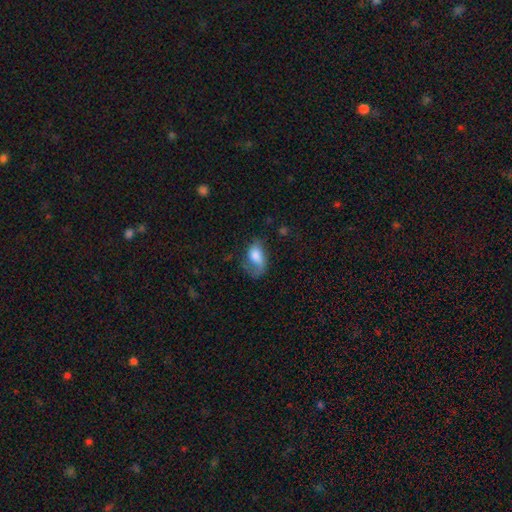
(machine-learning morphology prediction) A smooth galaxy with no disk features (58%) that is in between round and cigar-shaped (87%).

Vote fractions:
- Smooth or featured? smooth: 58% / featured or disk: 34% / star or artifact: 8%
- How rounded? in between: 87% / round: 11% / cigar-shaped: 2%
- Merging? major disturbance: 41% / none: 30% / minor disturbance: 26% / merger: 3%